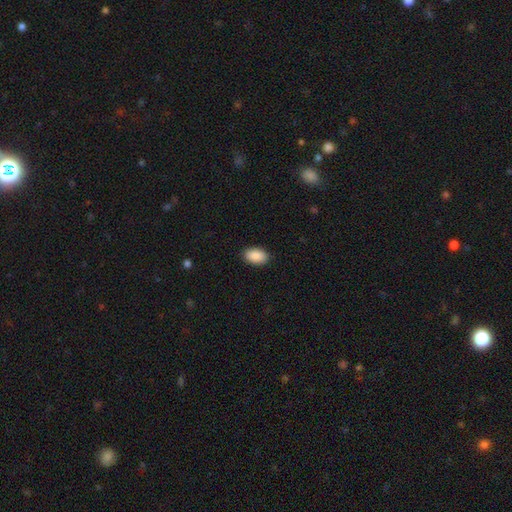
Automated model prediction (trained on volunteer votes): Morphology: type=smooth (91%); roundness=in between (94%); merging=none (90%).